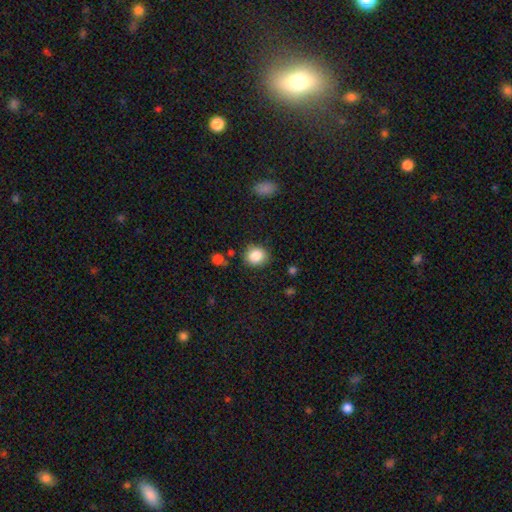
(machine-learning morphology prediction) Smooth or featured?
  - smooth: 86% *
  - star or artifact: 9%
  - featured or disk: 5%
How rounded?
  - round: 76% *
  - in between: 23%
  - cigar-shaped: 1%
Merging?
  - none: 82% *
  - minor disturbance: 12%
  - major disturbance: 3%
  - merger: 3%